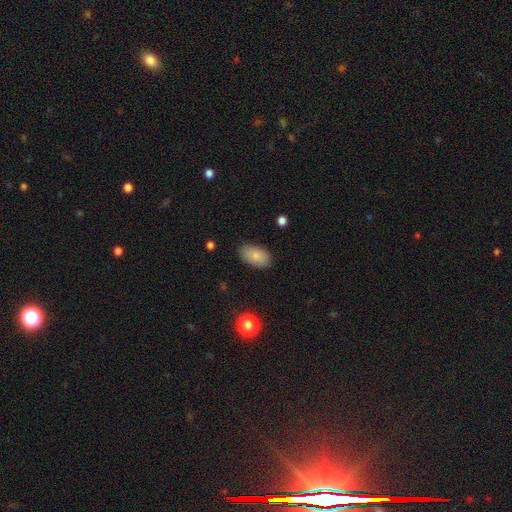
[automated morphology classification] smooth 83%, featured or disk 10%, star or artifact 8%. Down the decision tree: how rounded — in between (93%); merging — none (84%).